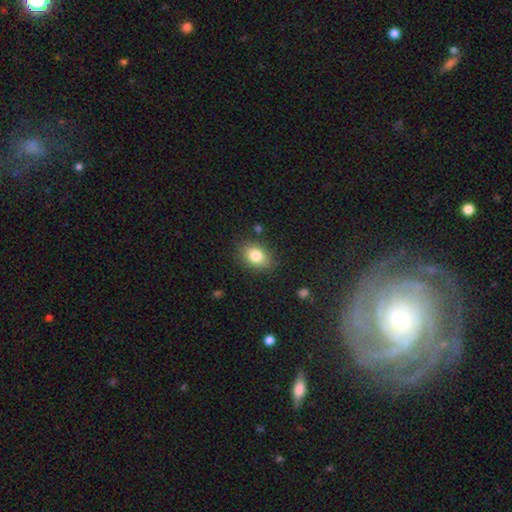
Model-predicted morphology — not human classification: type=smooth (81%); roundness=in between (66%); merging=none (82%).